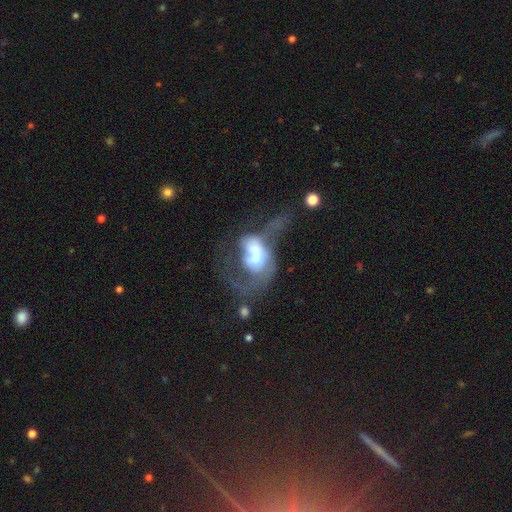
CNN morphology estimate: Q: Smooth or featured?
A: featured or disk (54%); runner-up: smooth (37%)
Q: Edge-on disk?
A: no (95%); runner-up: yes (5%)
Q: Bar?
A: no (72%); runner-up: weak (20%)
Q: Spiral arms?
A: no (62%); runner-up: yes (38%)
Q: Bulge size?
A: moderate (55%); runner-up: large (21%)
Q: Merging?
A: merger (42%); runner-up: major disturbance (40%)